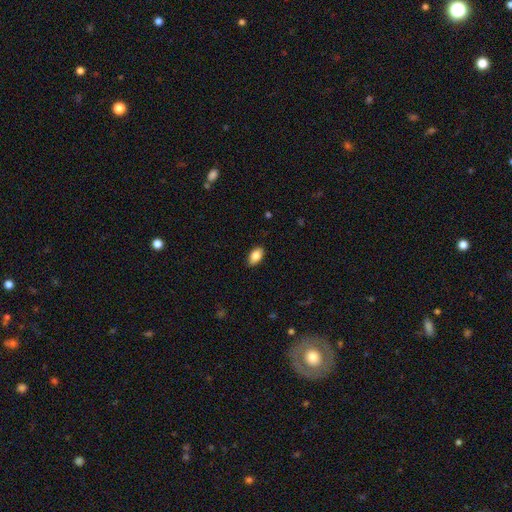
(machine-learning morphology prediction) A smooth galaxy with no disk features (84%) that is in between round and cigar-shaped (92%). Merging: none (87%).